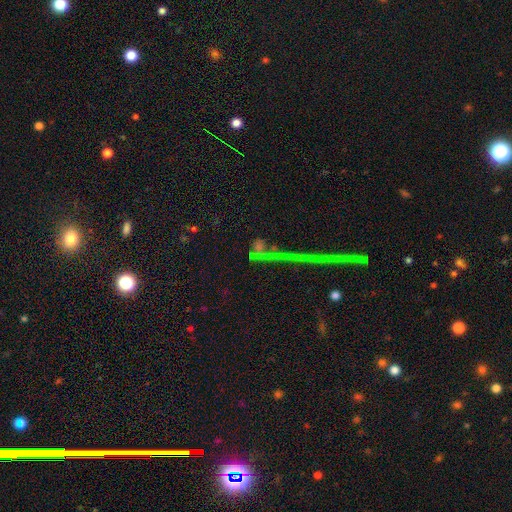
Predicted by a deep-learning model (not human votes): Morphology: type=star or artifact (56%).